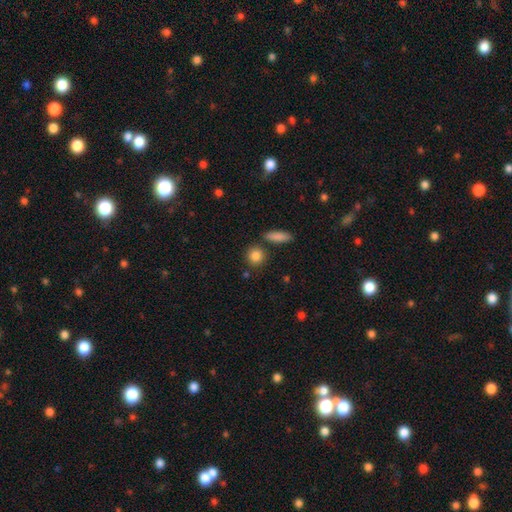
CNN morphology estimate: Overall: smooth (86%). How rounded: round (82%). Merging: none (79%).